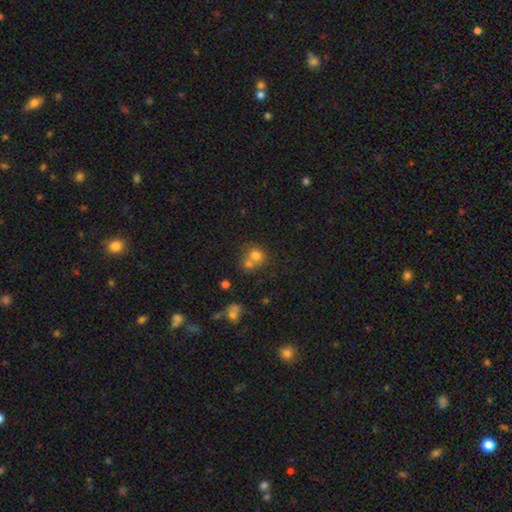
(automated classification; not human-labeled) Smooth or featured: smooth — 74% (star or artifact — 13%)
How rounded: round — 77% (in between — 22%)
Merging: merger — 49% (none — 39%)